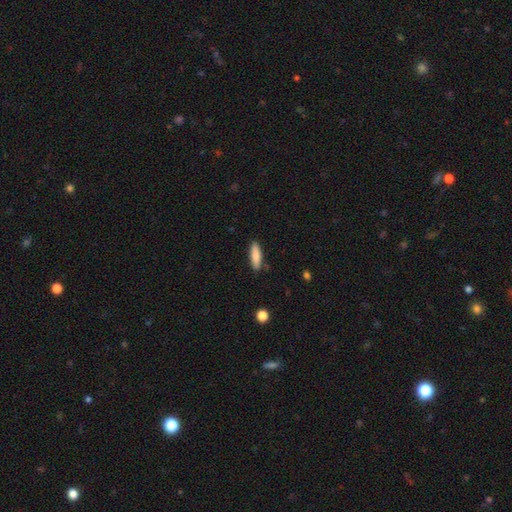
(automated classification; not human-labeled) smooth-or-featured: smooth: 84% | featured or disk: 10% | star or artifact: 6%
  how-rounded: cigar-shaped: 60% | in between: 38% | round: 2%
  merging: none: 86% | minor disturbance: 10% | major disturbance: 2% | merger: 2%